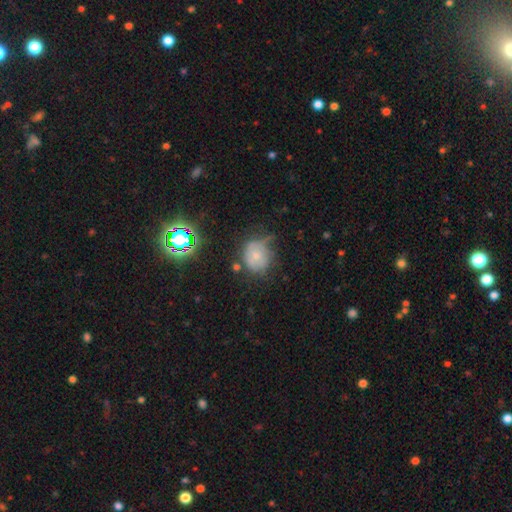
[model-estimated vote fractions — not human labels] smooth 65%, featured or disk 19%, star or artifact 16%. Down the decision tree: how rounded — round (68%); merging — none (41%).